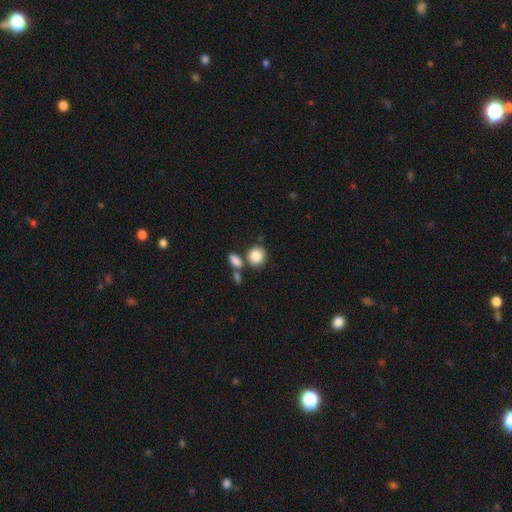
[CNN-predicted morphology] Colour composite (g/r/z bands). It shows a smooth galaxy with no disk features (85%) that is round (70%). Merging: none (62%).